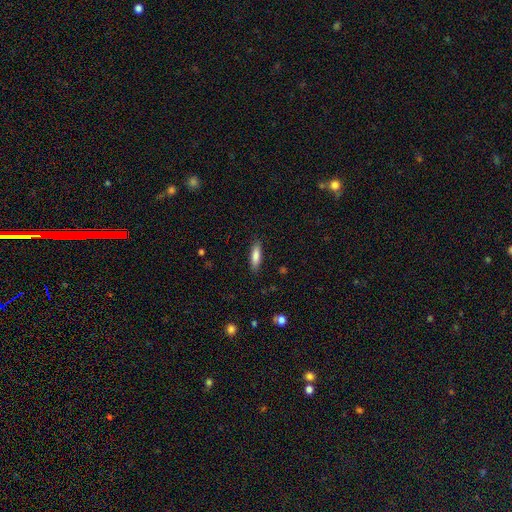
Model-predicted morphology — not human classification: type=smooth (83%); roundness=cigar-shaped (58%); merging=none (87%).